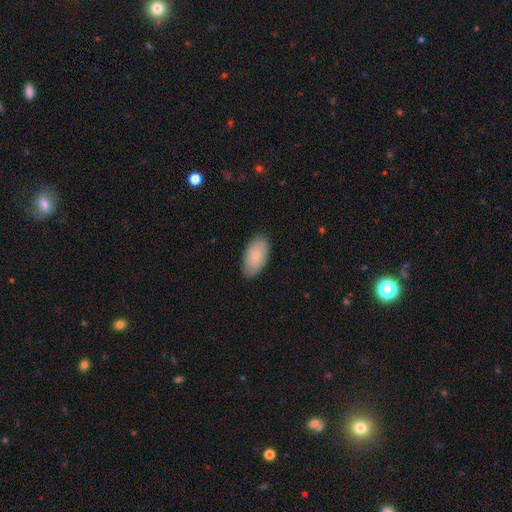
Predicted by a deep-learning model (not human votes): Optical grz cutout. It shows a smooth galaxy with no disk features (78%) that is in between round and cigar-shaped (95%). Merging: none (83%).